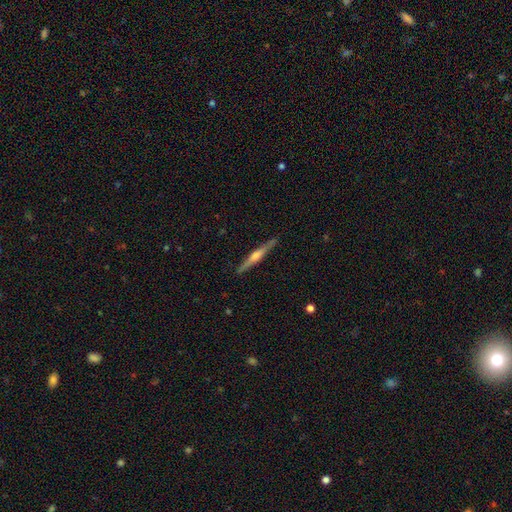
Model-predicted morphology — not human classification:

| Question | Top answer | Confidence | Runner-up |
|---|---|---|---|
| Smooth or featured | featured or disk | 79% | smooth (16%) |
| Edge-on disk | yes | 98% | no (2%) |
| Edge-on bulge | rounded | 82% | boxy (10%) |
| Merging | none | 91% | minor disturbance (6%) |